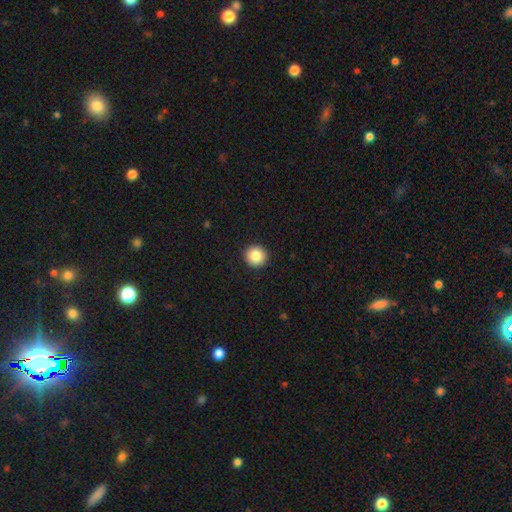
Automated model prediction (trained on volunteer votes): smooth-or-featured: smooth: 85% | star or artifact: 9% | featured or disk: 6%
  how-rounded: round: 95% | in between: 4% | cigar-shaped: 1%
  merging: none: 94% | minor disturbance: 4% | major disturbance: 1% | merger: 1%